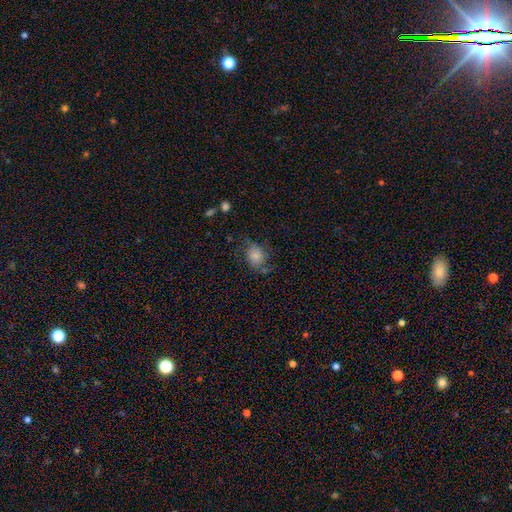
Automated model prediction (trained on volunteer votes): The model was most divided on "how rounded": round: 59%, in between: 40%, cigar-shaped: 1%. More confident: smooth or featured — smooth (64%); merging — none (53%).